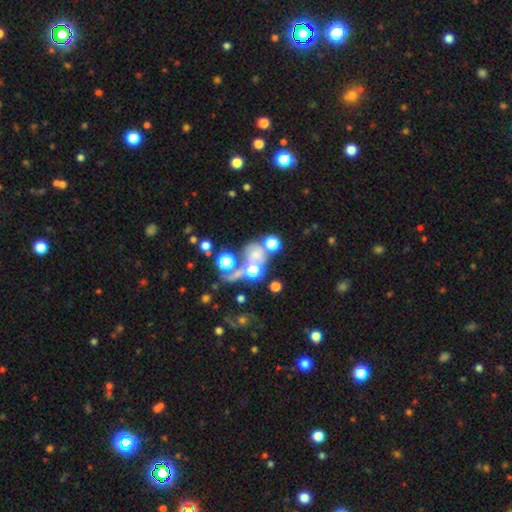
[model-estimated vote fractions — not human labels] This appears to be a smooth galaxy with no disk features (44%). Merging: none (38%).